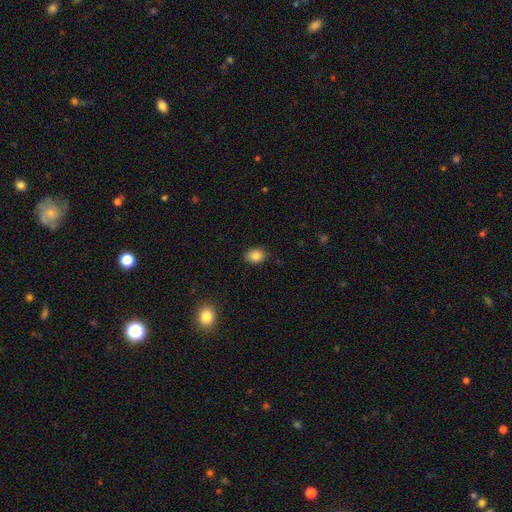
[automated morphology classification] Smooth or featured: smooth — 86% (star or artifact — 10%)
How rounded: in between — 61% (round — 38%)
Merging: none — 87% (minor disturbance — 10%)